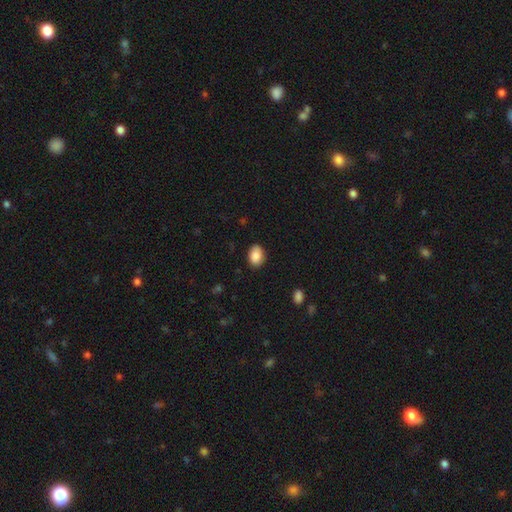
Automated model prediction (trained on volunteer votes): A smooth galaxy with no disk features (88%) that is in between round and cigar-shaped (80%).

Vote fractions:
- Smooth or featured? smooth: 88% / star or artifact: 7% / featured or disk: 4%
- How rounded? in between: 80% / round: 19% / cigar-shaped: 1%
- Merging? none: 85% / minor disturbance: 12% / major disturbance: 2% / merger: 1%